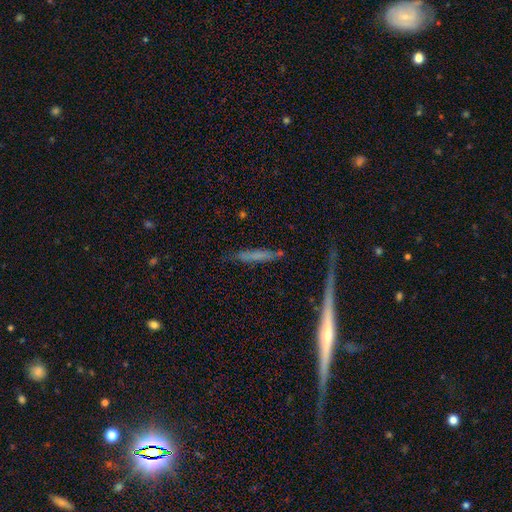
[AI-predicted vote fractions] Smooth or featured? Predicted: smooth (p=0.60). How rounded? Predicted: cigar-shaped (p=0.91). Merging? Predicted: none (p=0.73).